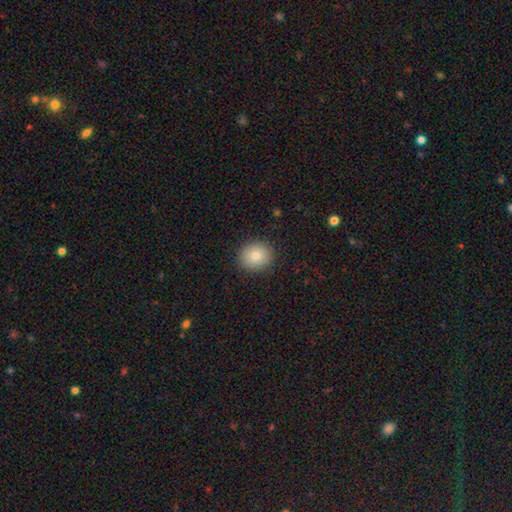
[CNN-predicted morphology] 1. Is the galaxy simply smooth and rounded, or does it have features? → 81% smooth, 9% star or artifact, 9% featured or disk.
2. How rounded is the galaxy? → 79% round, 21% in between, 1% cigar-shaped.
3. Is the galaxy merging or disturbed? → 89% none, 7% minor disturbance, 2% major disturbance, 1% merger.